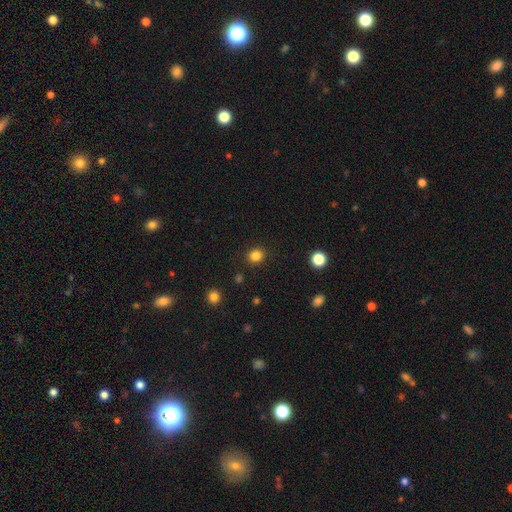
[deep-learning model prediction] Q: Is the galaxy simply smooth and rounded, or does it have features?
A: smooth — 84%.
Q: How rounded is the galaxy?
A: round — 79%.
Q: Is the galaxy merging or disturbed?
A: none — 90%.